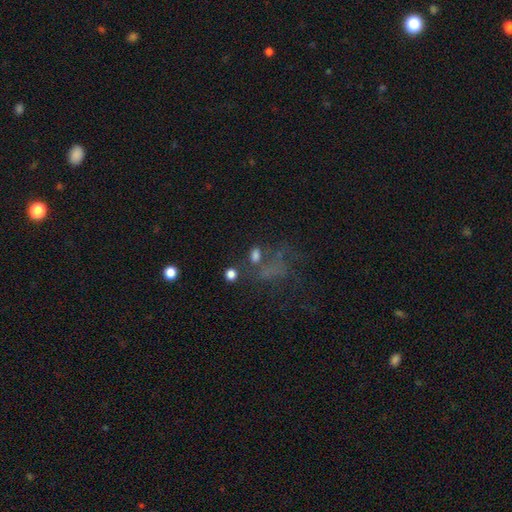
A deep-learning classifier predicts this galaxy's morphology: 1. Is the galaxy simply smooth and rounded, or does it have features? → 66% smooth, 21% star or artifact, 13% featured or disk.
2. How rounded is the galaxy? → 72% in between, 25% round, 3% cigar-shaped.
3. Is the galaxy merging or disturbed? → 46% none, 23% major disturbance, 16% merger, 15% minor disturbance.